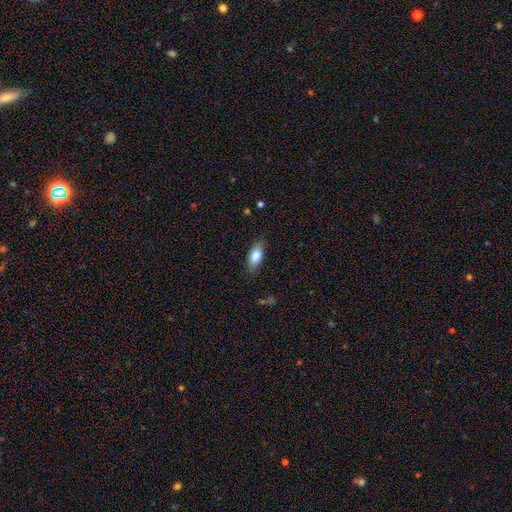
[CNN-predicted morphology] smooth_or_featured: smooth (p=0.81) [alt: featured or disk p=0.12]
how_rounded: in between (p=0.81) [alt: cigar-shaped p=0.16]
merging: none (p=0.82) [alt: minor disturbance p=0.13]